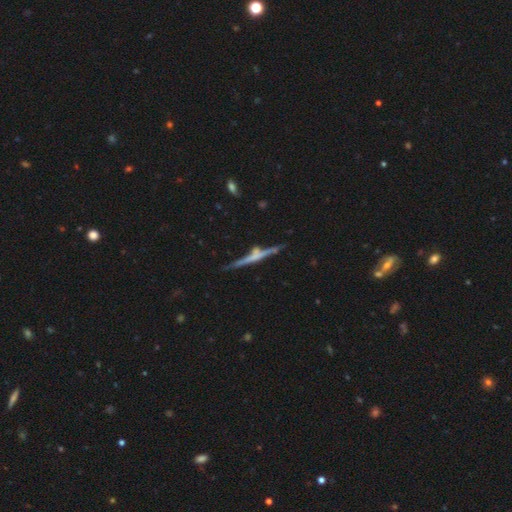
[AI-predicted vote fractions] smooth_or_featured: featured or disk (p=0.70) [alt: smooth p=0.22]
disk_edge_on: yes (p=0.97) [alt: no p=0.03]
edge_on_bulge: rounded (p=0.40) [alt: none p=0.38]
merging: none (p=0.75) [alt: minor disturbance p=0.13]